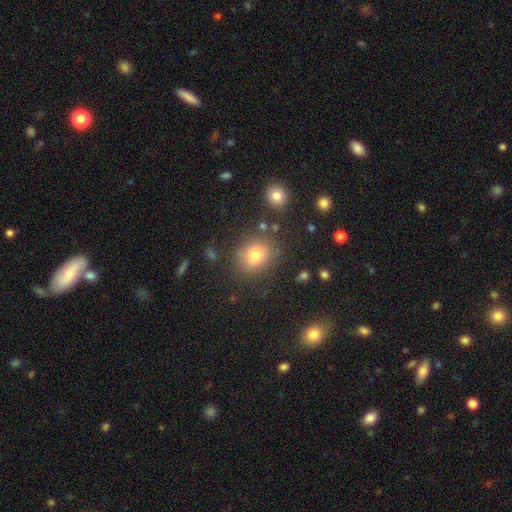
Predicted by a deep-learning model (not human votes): Morphology: type=smooth (77%); roundness=round (72%); merging=none (82%).